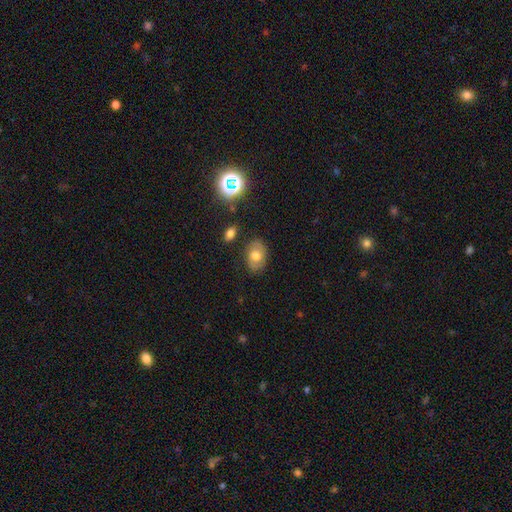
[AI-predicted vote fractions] The model was most divided on "smooth or featured": smooth: 64%, featured or disk: 24%, star or artifact: 12%. More confident: merging — none (81%); how rounded — in between (77%).